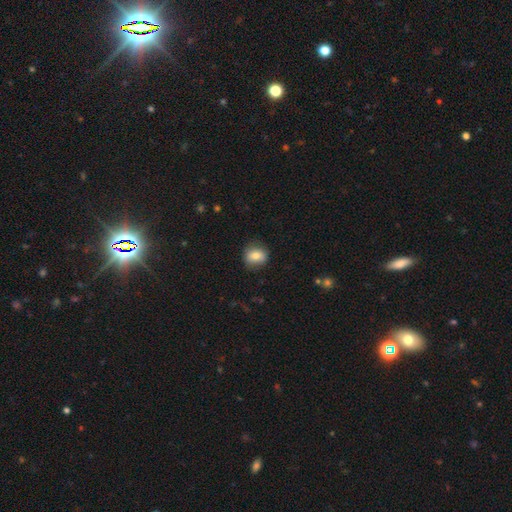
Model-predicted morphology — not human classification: Q: Smooth or featured?
A: smooth (77%); runner-up: featured or disk (15%)
Q: How rounded?
A: round (70%); runner-up: in between (29%)
Q: Merging?
A: none (82%); runner-up: minor disturbance (13%)